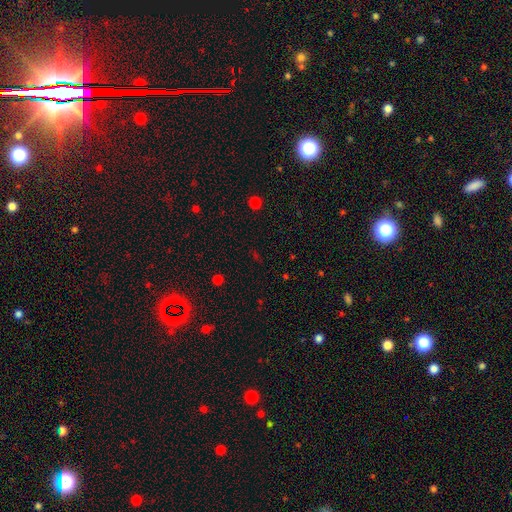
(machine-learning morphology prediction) Smooth or featured: star or artifact — 61% (smooth — 30%)